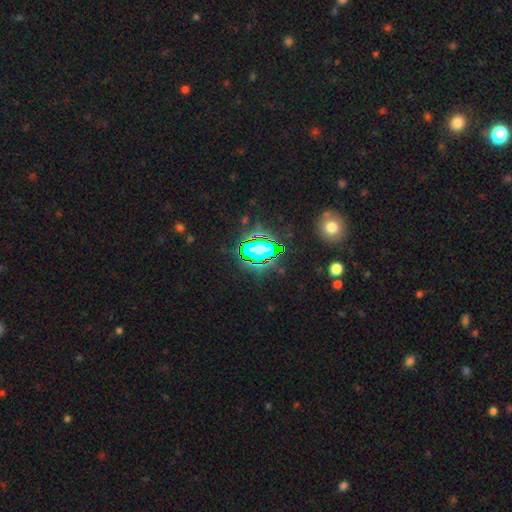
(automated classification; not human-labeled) A star or artifact, not a galaxy (75%).

Vote fractions:
- Smooth or featured? star or artifact: 75% / smooth: 15% / featured or disk: 10%